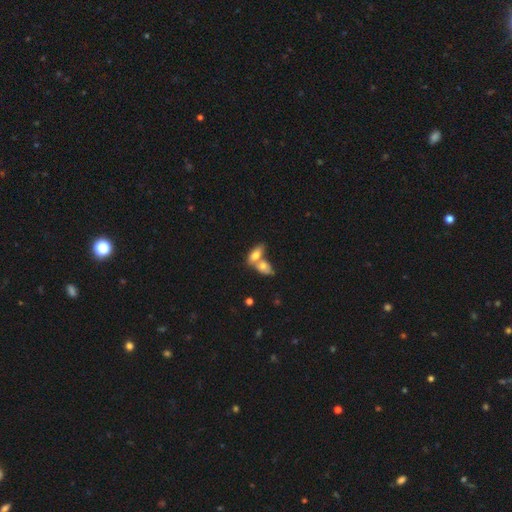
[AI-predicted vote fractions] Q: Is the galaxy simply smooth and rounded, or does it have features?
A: smooth — 72%.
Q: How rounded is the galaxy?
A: in between — 84%.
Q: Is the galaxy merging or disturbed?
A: merger — 62%.